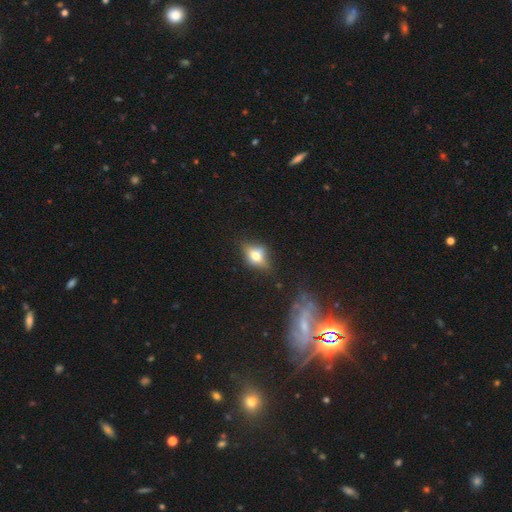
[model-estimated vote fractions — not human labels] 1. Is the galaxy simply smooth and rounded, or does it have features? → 48% smooth, 39% featured or disk, 12% star or artifact.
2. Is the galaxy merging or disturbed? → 67% none, 22% minor disturbance, 9% major disturbance, 3% merger.